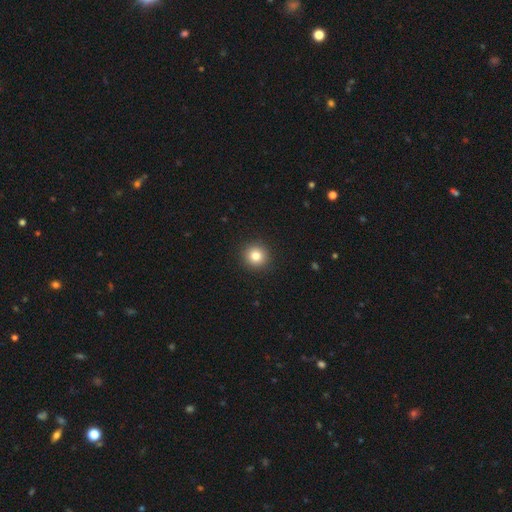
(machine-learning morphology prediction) smooth-or-featured: smooth: 82% | star or artifact: 11% | featured or disk: 7%
  how-rounded: round: 94% | in between: 5% | cigar-shaped: 1%
  merging: none: 93% | minor disturbance: 5% | major disturbance: 2% | merger: 1%